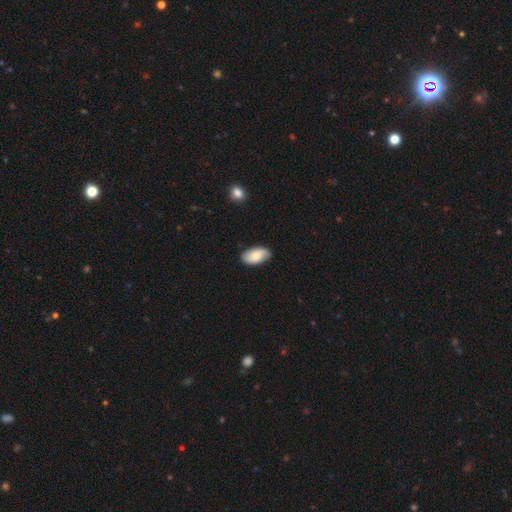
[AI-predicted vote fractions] Smooth or featured?
  - smooth: 75% *
  - featured or disk: 19%
  - star or artifact: 6%
How rounded?
  - in between: 95% *
  - round: 3%
  - cigar-shaped: 2%
Merging?
  - none: 82% *
  - minor disturbance: 14%
  - major disturbance: 2%
  - merger: 1%